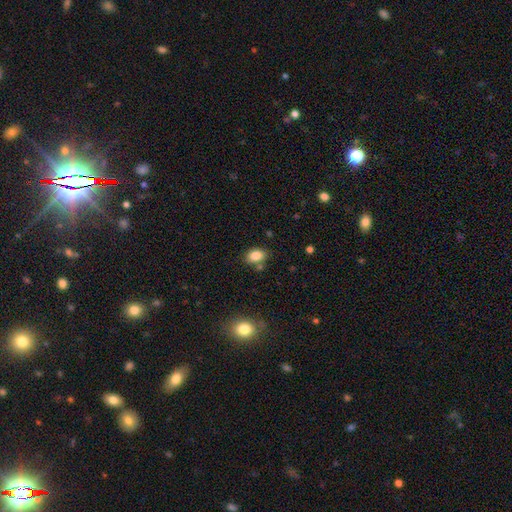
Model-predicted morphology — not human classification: type=smooth (85%); roundness=in between (81%); merging=none (74%).